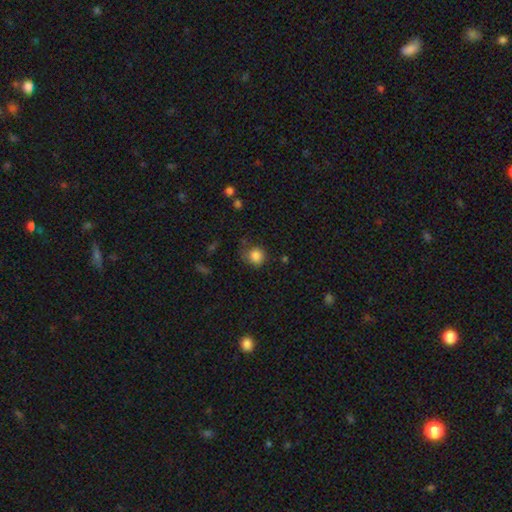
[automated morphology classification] The model was most divided on "merging": none: 69%, minor disturbance: 21%, major disturbance: 6%, merger: 3%. More confident: how rounded — round (89%); smooth or featured — smooth (84%).